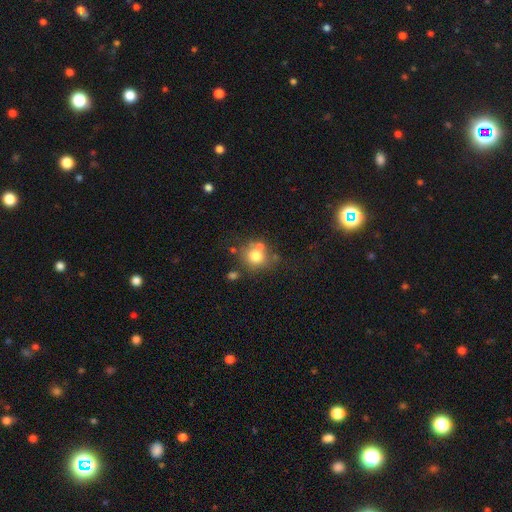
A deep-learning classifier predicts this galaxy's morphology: Smooth or featured?
  - smooth: 72% *
  - featured or disk: 16%
  - star or artifact: 12%
How rounded?
  - round: 84% *
  - in between: 16%
  - cigar-shaped: 1%
Merging?
  - none: 56% *
  - merger: 25%
  - minor disturbance: 14%
  - major disturbance: 6%